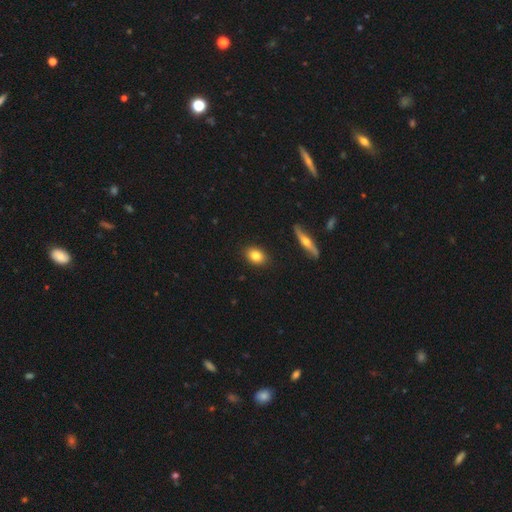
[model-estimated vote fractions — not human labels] A smooth galaxy with no disk features (81%) that is in between round and cigar-shaped (70%). Merging: none (89%).